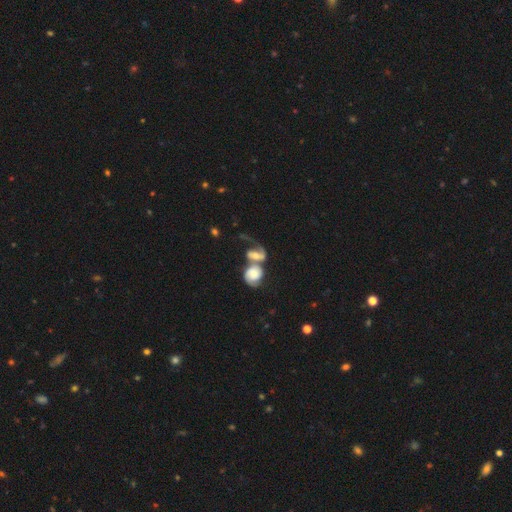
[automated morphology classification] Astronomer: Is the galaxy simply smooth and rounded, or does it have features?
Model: featured or disk — 58%.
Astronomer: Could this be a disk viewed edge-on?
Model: no — 95%.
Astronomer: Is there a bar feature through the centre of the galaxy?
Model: no — 59%.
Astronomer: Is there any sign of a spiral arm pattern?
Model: yes — 83%.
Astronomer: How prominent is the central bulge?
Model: moderate — 48% (runner-up: small, 26%).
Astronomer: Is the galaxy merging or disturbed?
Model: merger — 74%.